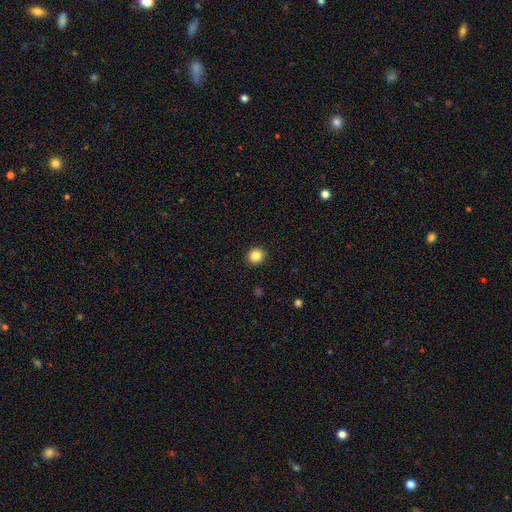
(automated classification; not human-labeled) smooth-or-featured: smooth: 84% | star or artifact: 10% | featured or disk: 5%
  how-rounded: round: 85% | in between: 14% | cigar-shaped: 1%
  merging: none: 92% | minor disturbance: 5% | major disturbance: 2% | merger: 1%